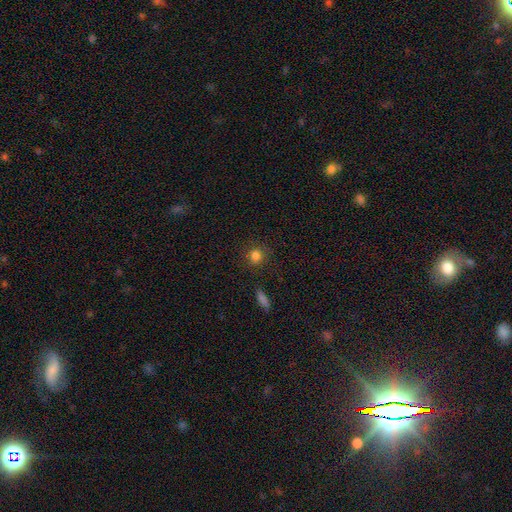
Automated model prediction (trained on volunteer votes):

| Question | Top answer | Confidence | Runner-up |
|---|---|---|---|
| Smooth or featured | smooth | 81% | star or artifact (13%) |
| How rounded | round | 87% | in between (12%) |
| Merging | none | 84% | minor disturbance (10%) |